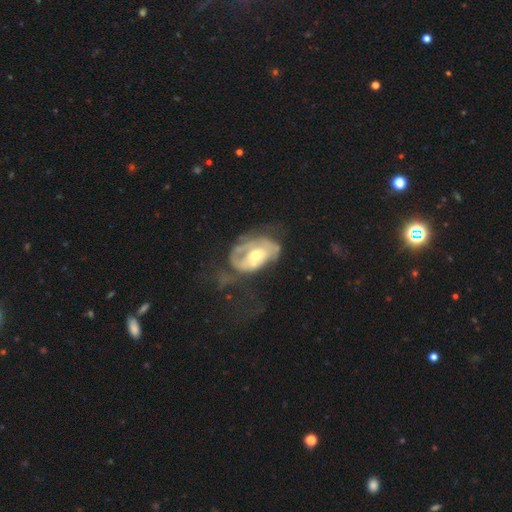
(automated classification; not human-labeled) The model was most divided on "merging": major disturbance: 44%, none: 29%, minor disturbance: 22%, merger: 5%. More confident: edge-on disk — no (96%); smooth or featured — featured or disk (73%); bulge size — moderate (68%); bar — no (64%); spiral arms — yes (61%).